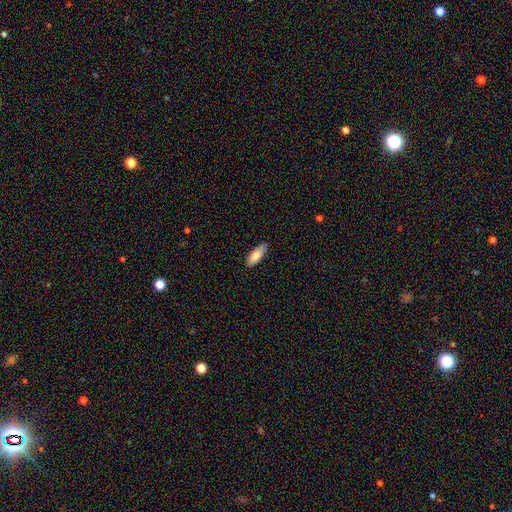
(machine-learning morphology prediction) Overall: smooth (78%). How rounded: in between (64%; cigar-shaped 34%). Merging: none (83%).